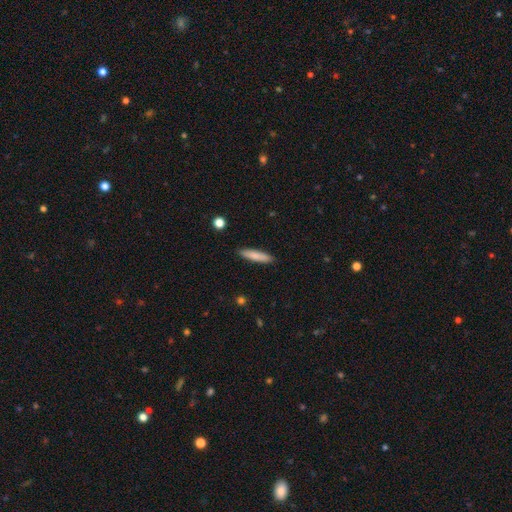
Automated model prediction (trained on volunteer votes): A smooth galaxy with no disk features (82%) that is cigar-shaped (83%). Merging: none (90%).